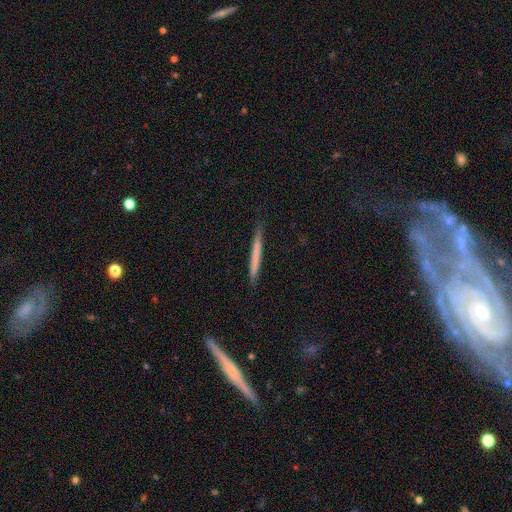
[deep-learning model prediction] smooth-or-featured: smooth: 61% | featured or disk: 33% | star or artifact: 6%
  how-rounded: cigar-shaped: 97% | in between: 2% | round: 1%
  merging: none: 86% | minor disturbance: 10% | major disturbance: 2% | merger: 1%